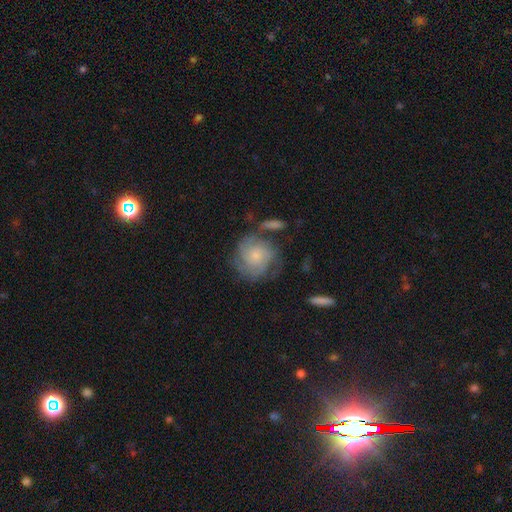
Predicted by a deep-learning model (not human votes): A featured or disk galaxy (69%) with no bar (78%), tight (59%) spiral arms (91%) and a small central bulge (69%). Merging: none (59%).